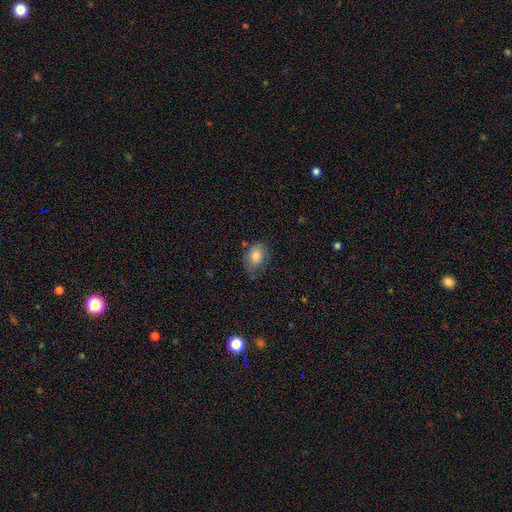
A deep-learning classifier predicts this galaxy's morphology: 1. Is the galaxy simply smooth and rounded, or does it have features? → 83% smooth, 10% featured or disk, 8% star or artifact.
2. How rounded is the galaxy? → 77% in between, 22% round, 1% cigar-shaped.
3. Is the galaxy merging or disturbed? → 57% none, 32% minor disturbance, 9% major disturbance, 3% merger.